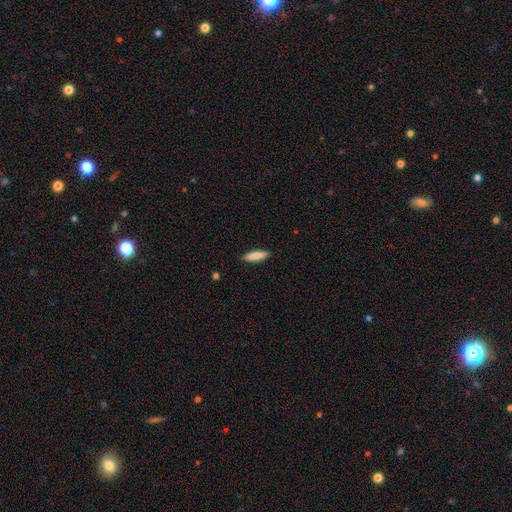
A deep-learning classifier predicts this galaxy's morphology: This is clearly a smooth galaxy (86%). How rounded: likely cigar-shaped (67%). Merging: clearly none (89%).